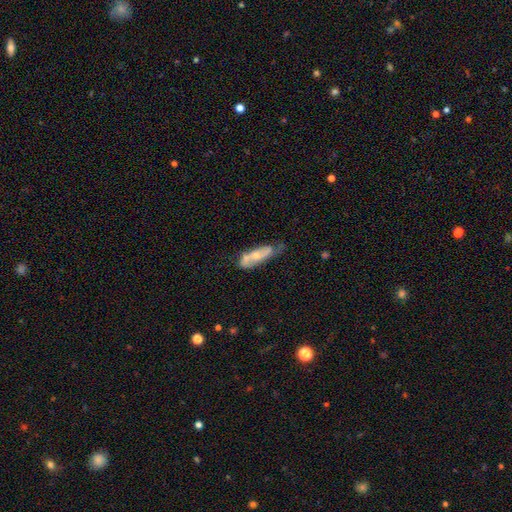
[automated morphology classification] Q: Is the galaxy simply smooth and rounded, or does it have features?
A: featured or disk — 50%.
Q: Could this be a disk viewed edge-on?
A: no — 78%.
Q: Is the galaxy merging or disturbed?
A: none — 45%.